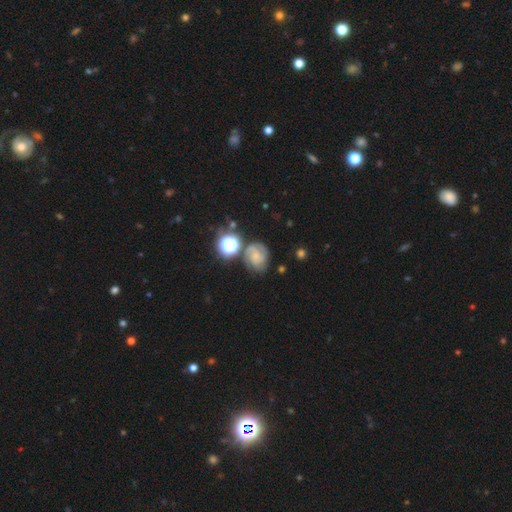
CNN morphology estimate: Smooth or featured? Predicted: featured or disk (p=0.60). Edge-on disk? Predicted: no (p=0.98). Bar? Predicted: no (p=0.64). Spiral arms? Predicted: yes (p=0.90). Spiral winding? Predicted: tight (p=0.51). Spiral arm count? Predicted: 2 (p=0.40). Bulge size? Predicted: small (p=0.50). Merging? Predicted: none (p=0.59).